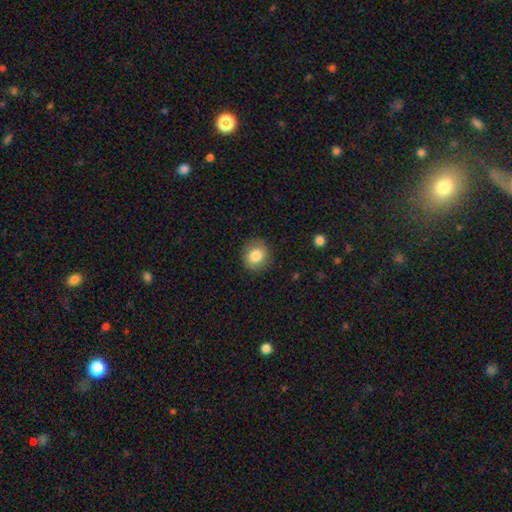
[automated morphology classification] A smooth galaxy with no disk features (82%) that is round (75%). Merging: none (86%).